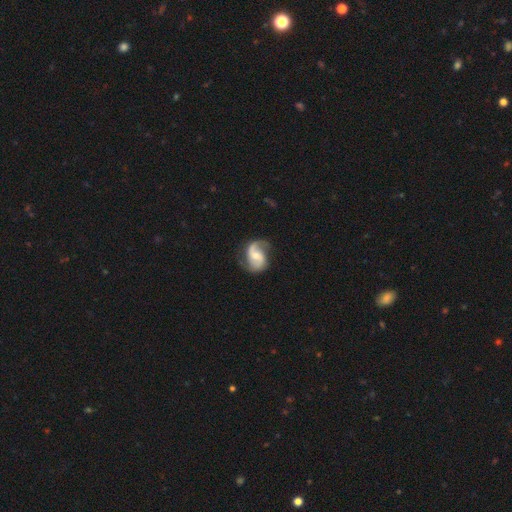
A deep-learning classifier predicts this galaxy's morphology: featured or disk 81%, smooth 13%, star or artifact 5%. Down the decision tree: edge-on disk — no (98%); bar — weak (43%); spiral arms — yes (95%); spiral arm count — 2 (84%); spiral winding — medium (43%); bulge size — moderate (50%); merging — none (66%).